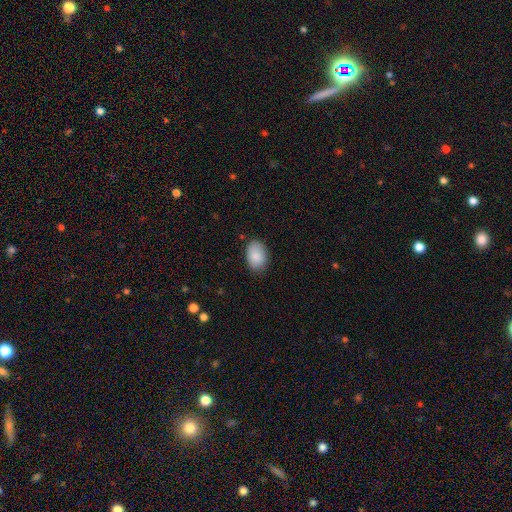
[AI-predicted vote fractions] This is clearly a smooth galaxy (87%). How rounded: clearly in between (87%). Merging: likely none (80%).